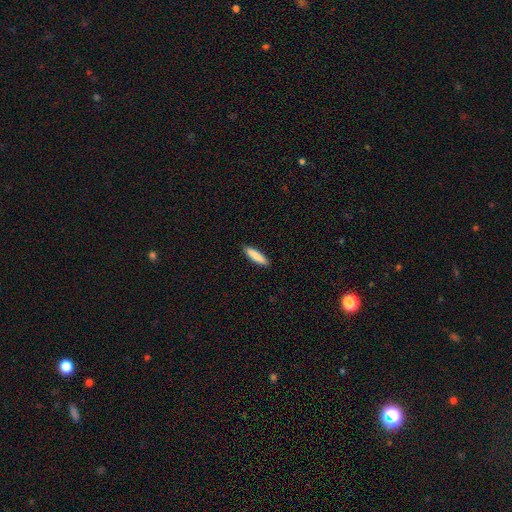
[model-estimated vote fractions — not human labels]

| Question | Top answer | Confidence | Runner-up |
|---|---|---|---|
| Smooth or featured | smooth | 85% | featured or disk (9%) |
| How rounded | cigar-shaped | 79% | in between (20%) |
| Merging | none | 90% | minor disturbance (8%) |